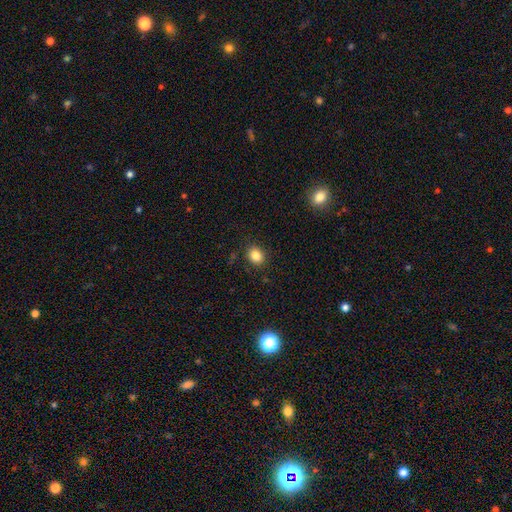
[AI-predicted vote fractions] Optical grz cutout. It shows a smooth galaxy with no disk features (84%) that is round (52%). Merging: none (87%).